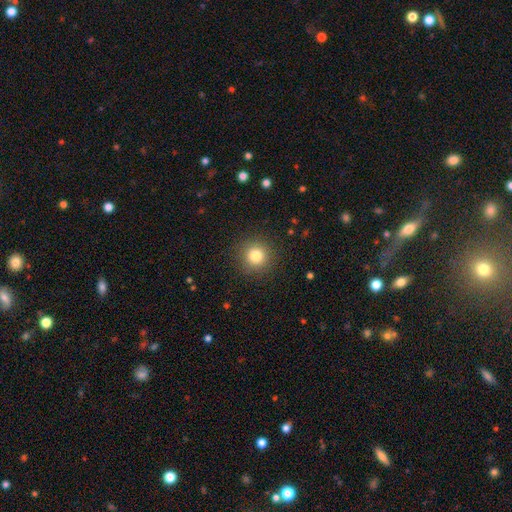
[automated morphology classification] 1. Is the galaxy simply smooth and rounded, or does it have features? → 81% smooth, 12% star or artifact, 7% featured or disk.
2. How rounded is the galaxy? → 95% round, 4% in between, 1% cigar-shaped.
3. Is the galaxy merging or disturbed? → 90% none, 6% minor disturbance, 3% major disturbance, 1% merger.